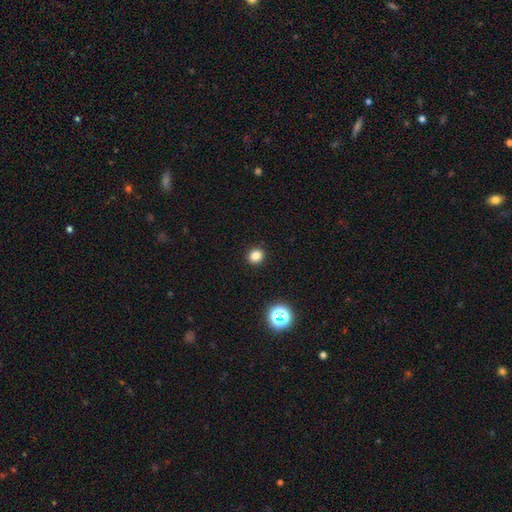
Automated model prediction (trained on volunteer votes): smooth_or_featured: smooth (p=0.82) [alt: star or artifact p=0.14]
how_rounded: round (p=0.75) [alt: in between p=0.24]
merging: none (p=0.92) [alt: minor disturbance p=0.05]